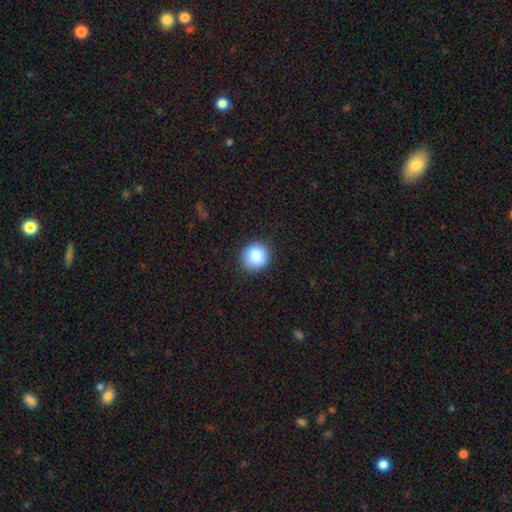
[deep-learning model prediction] smooth-or-featured: smooth: 87% | star or artifact: 8% | featured or disk: 5%
  how-rounded: round: 89% | in between: 10% | cigar-shaped: 1%
  merging: none: 87% | minor disturbance: 9% | major disturbance: 2% | merger: 1%